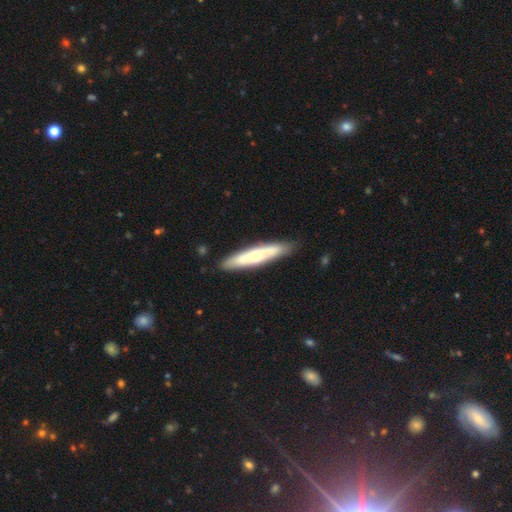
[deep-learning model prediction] Morphology: type=featured or disk (55%); edge-on=yes (71%); merging=none (85%).